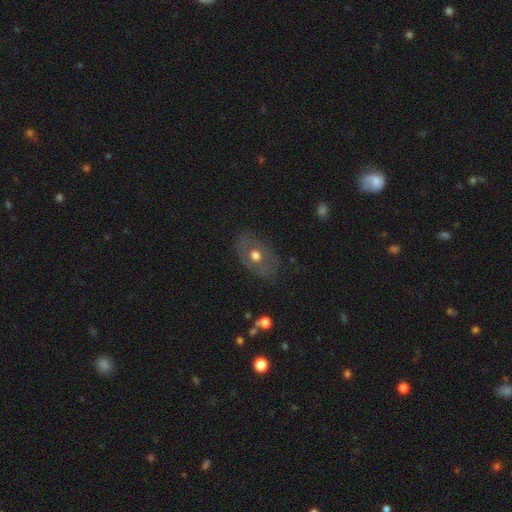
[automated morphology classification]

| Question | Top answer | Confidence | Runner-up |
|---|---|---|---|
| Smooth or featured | featured or disk | 48% | smooth (43%) |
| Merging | none | 75% | minor disturbance (17%) |